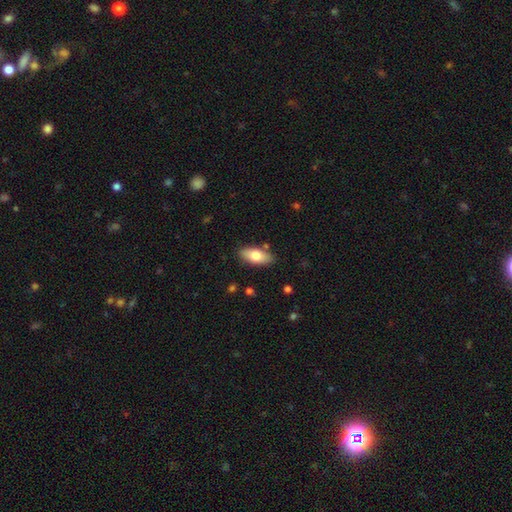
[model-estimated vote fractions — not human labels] Q: Smooth or featured?
A: smooth (74%); runner-up: featured or disk (20%)
Q: How rounded?
A: in between (86%); runner-up: cigar-shaped (11%)
Q: Merging?
A: none (84%); runner-up: minor disturbance (11%)